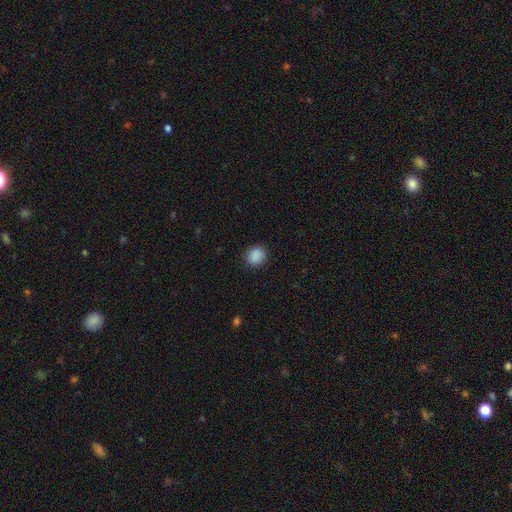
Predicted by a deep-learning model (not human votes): Smooth or featured?
  - smooth: 88% *
  - star or artifact: 8%
  - featured or disk: 3%
How rounded?
  - round: 77% *
  - in between: 22%
  - cigar-shaped: 1%
Merging?
  - none: 87% *
  - minor disturbance: 9%
  - major disturbance: 3%
  - merger: 1%